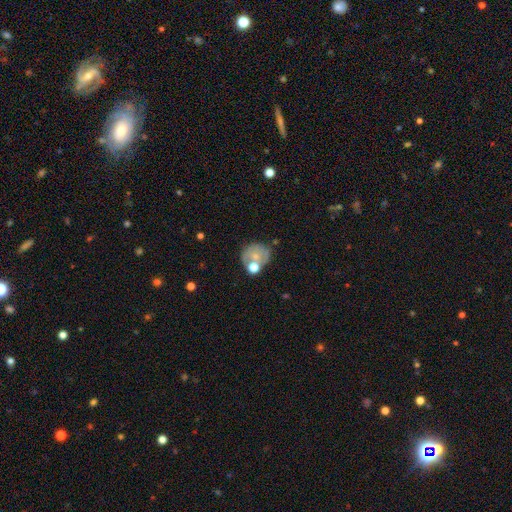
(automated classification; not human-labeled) Morphology: type=smooth (60%); roundness=round (73%); merging=none (52%).